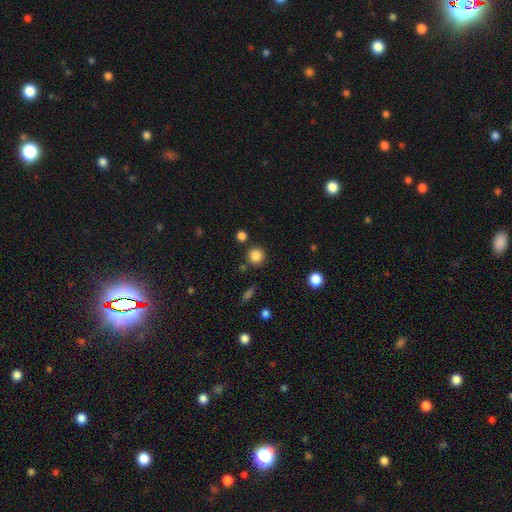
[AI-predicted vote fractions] smooth_or_featured: smooth (p=0.85) [alt: star or artifact p=0.11]
how_rounded: round (p=0.93) [alt: in between p=0.06]
merging: none (p=0.85) [alt: minor disturbance p=0.07]